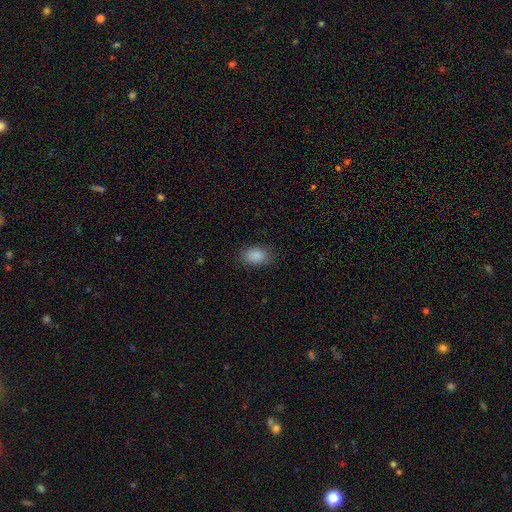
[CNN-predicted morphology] This is clearly a smooth galaxy (88%). How rounded: clearly in between (87%). Merging: clearly none (84%).